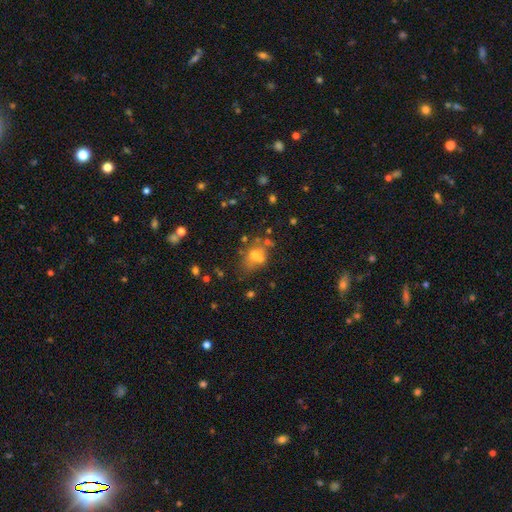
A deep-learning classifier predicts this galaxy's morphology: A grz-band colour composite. It shows a smooth galaxy with no disk features (54%) that is in between round and cigar-shaped (55%). Merging: none (39%).